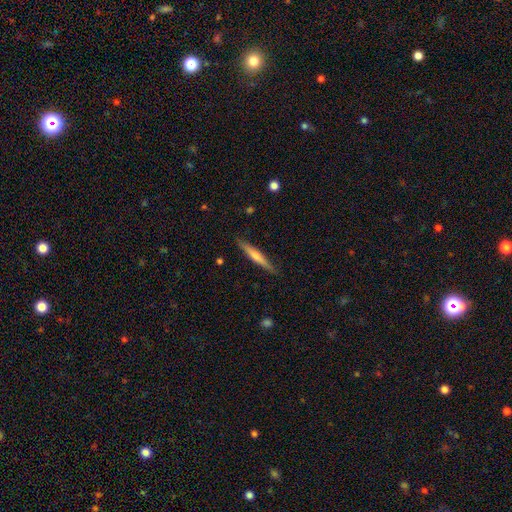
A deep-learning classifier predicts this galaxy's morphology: Smooth or featured: featured or disk — 54% (smooth — 41%)
Edge-on disk: yes — 97% (no — 3%)
Edge-on bulge: rounded — 66% (none — 23%)
Merging: none — 89% (minor disturbance — 8%)